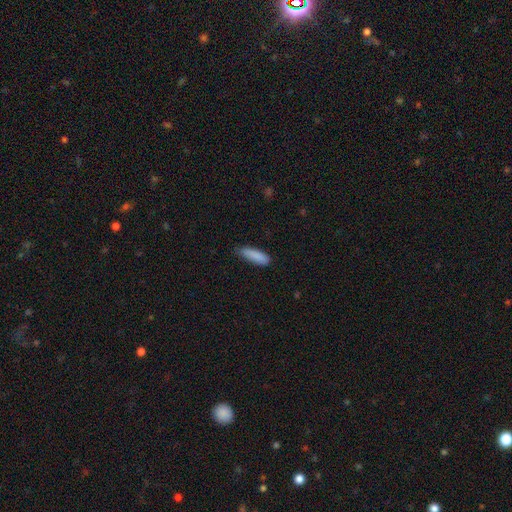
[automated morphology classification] smooth-or-featured: smooth: 87% | star or artifact: 6% | featured or disk: 6%
  how-rounded: cigar-shaped: 59% | in between: 40% | round: 1%
  merging: none: 70% | minor disturbance: 25% | major disturbance: 4% | merger: 1%